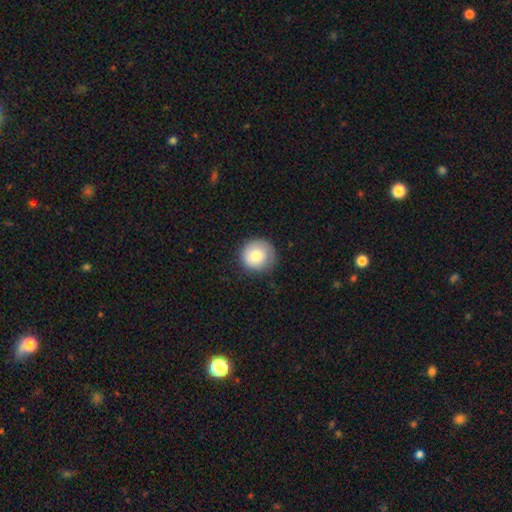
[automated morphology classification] This is clearly a smooth galaxy (81%). How rounded: clearly round (94%). Merging: clearly none (81%).